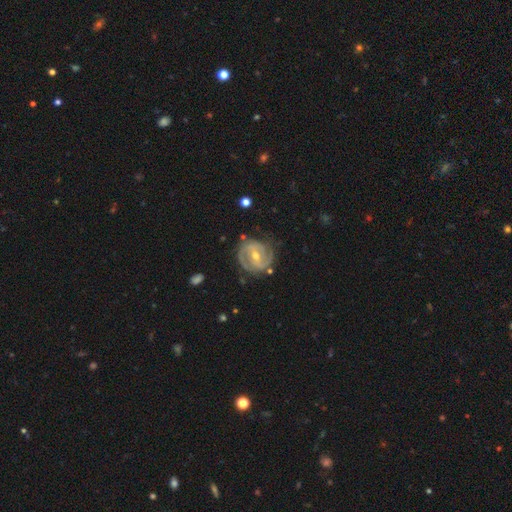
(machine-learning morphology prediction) Smooth or featured: featured or disk — 84% (smooth — 10%)
Edge-on disk: no — 97% (yes — 3%)
Bar: weak — 45% (no — 30%)
Spiral arms: yes — 92% (no — 8%)
Spiral winding: tight — 55% (medium — 36%)
Spiral arm count: 2 — 67% (can't tell — 16%)
Bulge size: moderate — 51% (small — 46%)
Merging: none — 73% (minor disturbance — 18%)